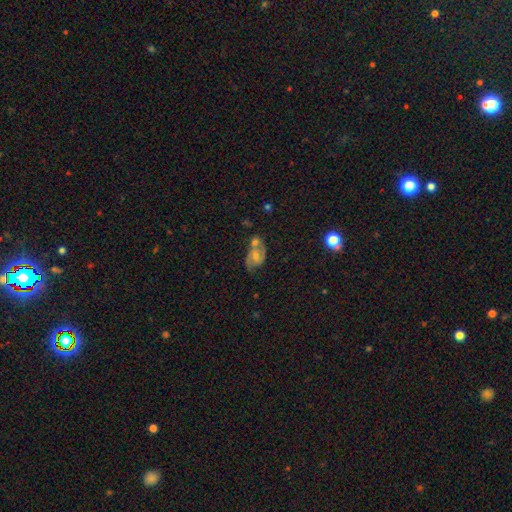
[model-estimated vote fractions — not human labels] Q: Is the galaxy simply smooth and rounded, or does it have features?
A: featured or disk — 72%.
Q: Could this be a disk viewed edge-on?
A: no — 97%.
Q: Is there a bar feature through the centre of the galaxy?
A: no — 48%.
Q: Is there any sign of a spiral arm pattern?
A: yes — 89%.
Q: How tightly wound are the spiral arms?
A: medium — 52%.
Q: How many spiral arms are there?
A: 2 — 85%.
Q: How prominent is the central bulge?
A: moderate — 52%.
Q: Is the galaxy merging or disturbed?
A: none — 51%.